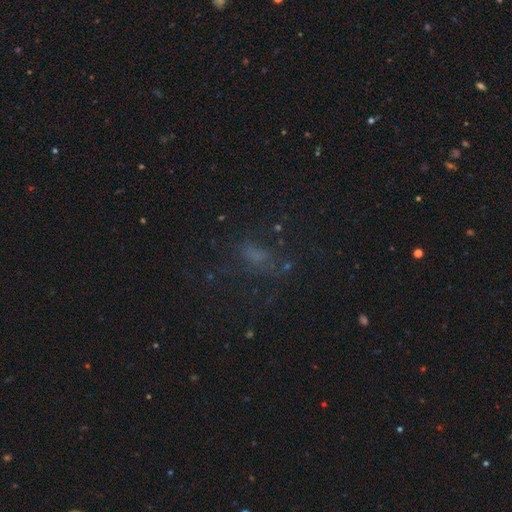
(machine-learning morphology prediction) smooth_or_featured: smooth (p=0.45) [alt: star or artifact p=0.33]
merging: none (p=0.53) [alt: major disturbance p=0.24]